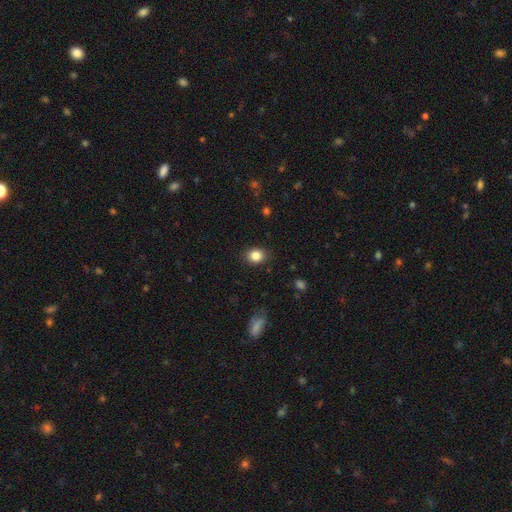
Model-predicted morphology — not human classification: Q: Smooth or featured?
A: smooth (85%); runner-up: star or artifact (10%)
Q: How rounded?
A: round (54%); runner-up: in between (45%)
Q: Merging?
A: none (87%); runner-up: minor disturbance (10%)